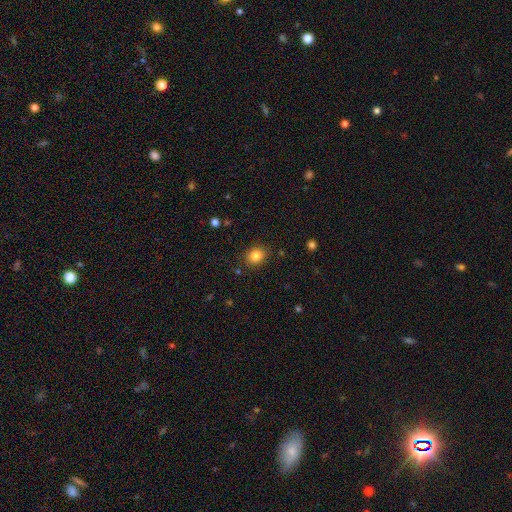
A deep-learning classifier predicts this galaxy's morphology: smooth_or_featured: smooth (p=0.83) [alt: star or artifact p=0.11]
how_rounded: round (p=0.61) [alt: in between p=0.39]
merging: none (p=0.85) [alt: minor disturbance p=0.10]